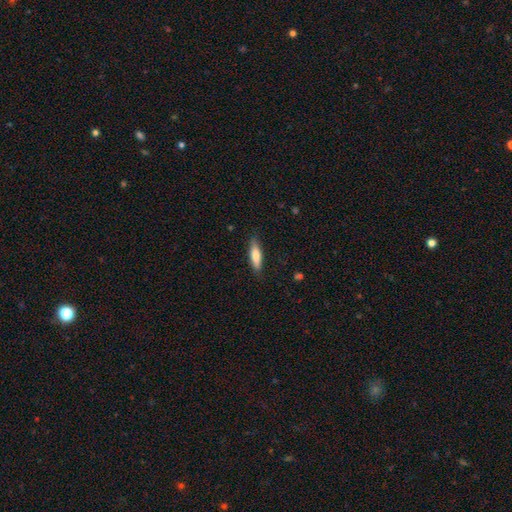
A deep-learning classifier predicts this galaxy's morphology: Smooth or featured? Predicted: smooth (p=0.75). How rounded? Predicted: cigar-shaped (p=0.63). Merging? Predicted: none (p=0.84).